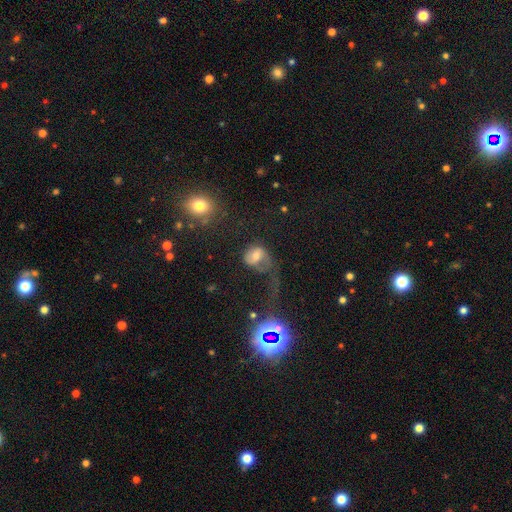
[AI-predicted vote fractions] This is possibly a smooth galaxy (53%). How rounded: possibly in between (55%). Merging: possibly major disturbance (53%).